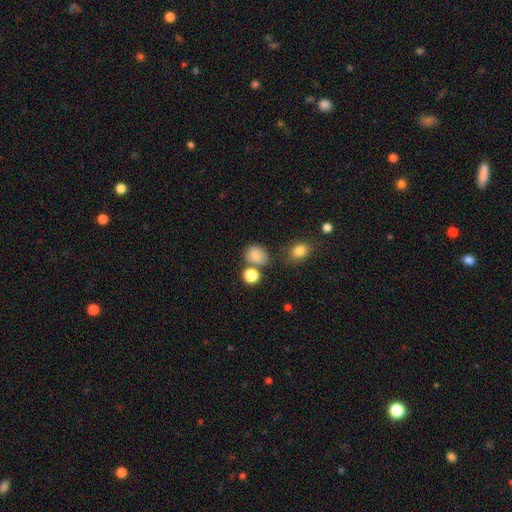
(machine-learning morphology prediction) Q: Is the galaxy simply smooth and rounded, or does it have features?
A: smooth — 80%.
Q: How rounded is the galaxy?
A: round — 65%.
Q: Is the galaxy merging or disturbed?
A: none — 66%.